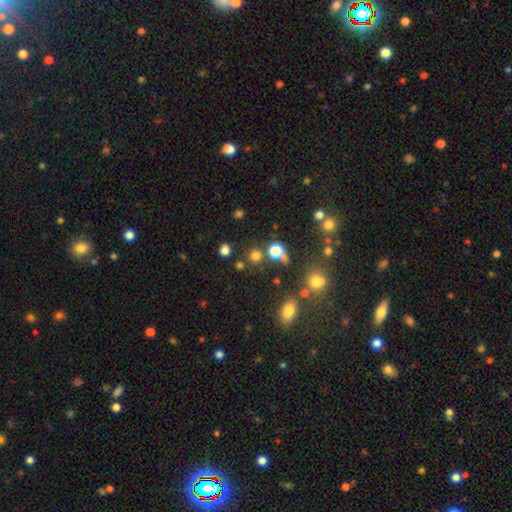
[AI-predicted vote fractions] smooth-or-featured: smooth: 71% | star or artifact: 23% | featured or disk: 6%
  how-rounded: round: 90% | in between: 9% | cigar-shaped: 1%
  merging: none: 75% | merger: 13% | minor disturbance: 8% | major disturbance: 4%